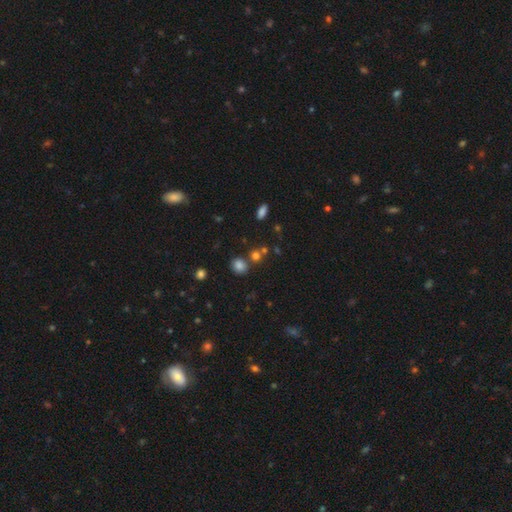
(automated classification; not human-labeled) Morphology: type=star or artifact (45%).